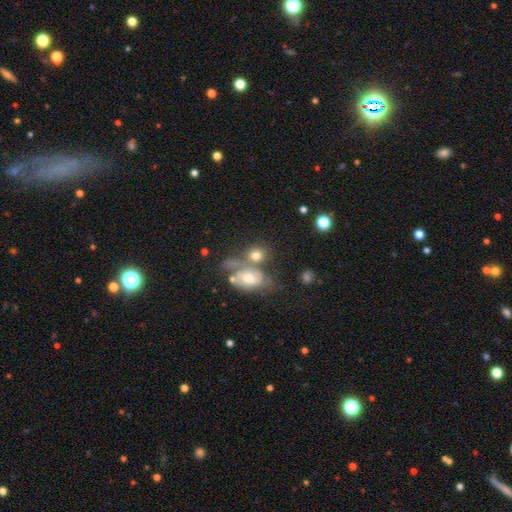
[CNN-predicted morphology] The model was most divided on "merging": none: 39%, merger: 38%, minor disturbance: 13%, major disturbance: 10%. More confident: smooth or featured — smooth (69%); how rounded — round (61%).